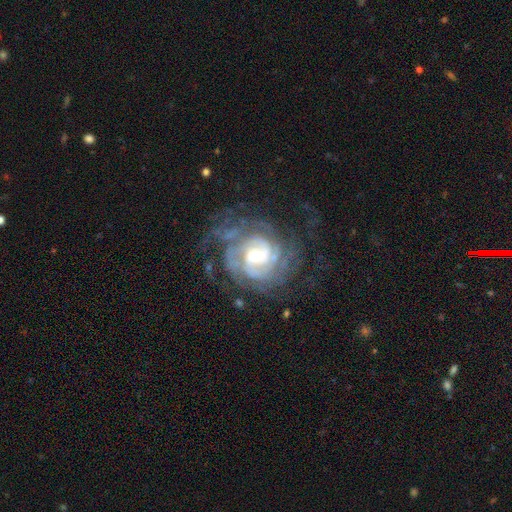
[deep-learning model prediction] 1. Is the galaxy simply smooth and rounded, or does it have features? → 88% featured or disk, 6% smooth, 6% star or artifact.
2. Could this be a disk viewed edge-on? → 98% no, 2% yes.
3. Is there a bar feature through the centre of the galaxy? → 51% no, 38% weak, 11% strong.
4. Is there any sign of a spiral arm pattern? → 96% yes, 4% no.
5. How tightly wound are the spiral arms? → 67% tight, 26% medium, 7% loose.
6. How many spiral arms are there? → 34% can't tell, 22% 2, 16% 3, 14% 4, 8% more than 4, 6% 1.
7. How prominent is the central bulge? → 47% moderate, 45% small, 5% large, 1% none, 1% dominant.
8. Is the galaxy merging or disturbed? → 63% none, 18% minor disturbance, 17% major disturbance, 2% merger.